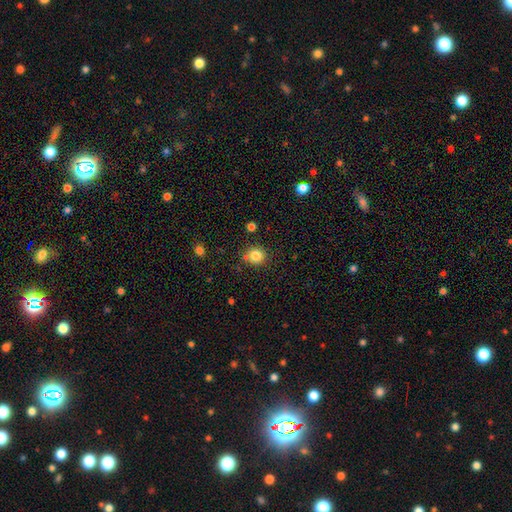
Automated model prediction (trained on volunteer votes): Q: Smooth or featured?
A: smooth (83%); runner-up: star or artifact (11%)
Q: How rounded?
A: round (87%); runner-up: in between (12%)
Q: Merging?
A: none (80%); runner-up: minor disturbance (11%)